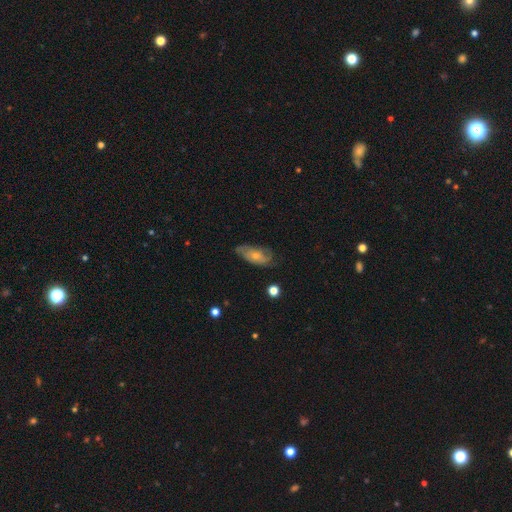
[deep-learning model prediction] The model was most divided on "smooth or featured": featured or disk: 53%, smooth: 40%, star or artifact: 7%. More confident: edge-on disk — no (88%); merging — none (63%).